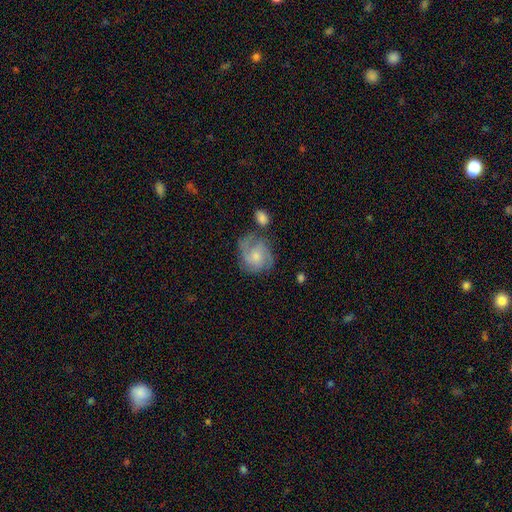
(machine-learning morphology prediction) Overall: featured or disk (67%). Edge-on disk: no (98%). Bar: no (69%). Spiral arms: yes (90%). Spiral arm count: 2 (34%; 3 28%). Spiral winding: medium (46%; tight 37%). Bulge size: small (52%; moderate 36%). Merging: none (56%; minor disturbance 23%).